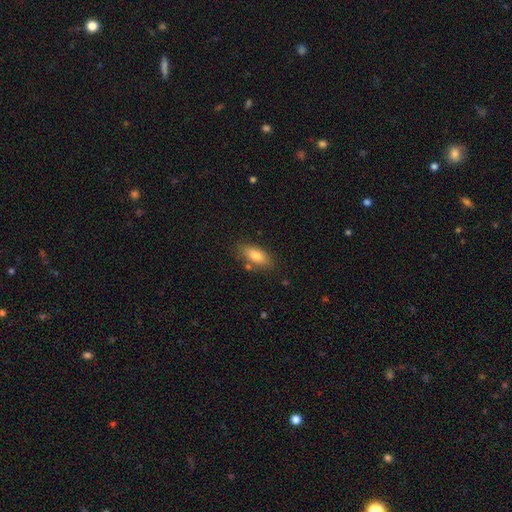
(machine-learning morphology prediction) Smooth or featured? Predicted: smooth (p=0.79). How rounded? Predicted: in between (p=0.79). Merging? Predicted: none (p=0.77).